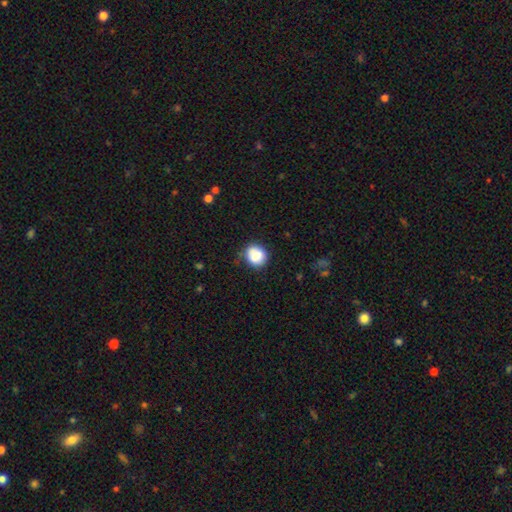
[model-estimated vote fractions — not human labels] Smooth or featured?
  - smooth: 80% *
  - featured or disk: 11%
  - star or artifact: 9%
How rounded?
  - round: 79% *
  - in between: 20%
  - cigar-shaped: 1%
Merging?
  - none: 67% *
  - minor disturbance: 20%
  - merger: 7%
  - major disturbance: 5%